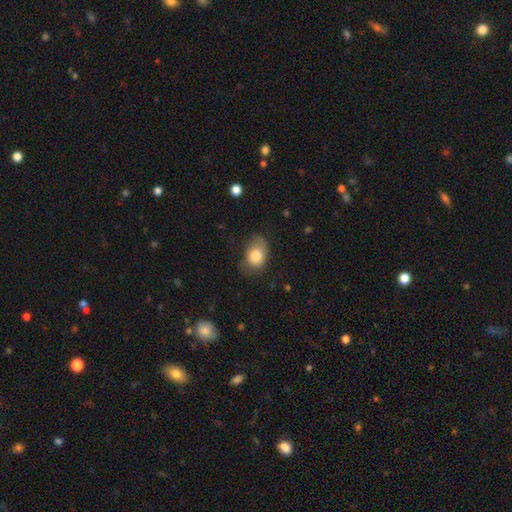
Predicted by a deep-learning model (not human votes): This appears to be a smooth galaxy with no disk features (81%) that is in between round and cigar-shaped (76%). Merging: none (51%).